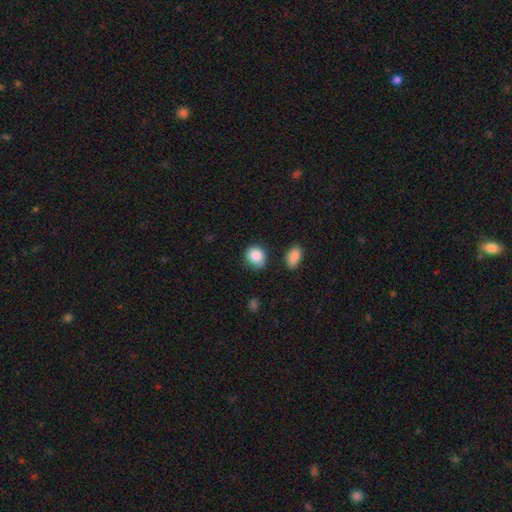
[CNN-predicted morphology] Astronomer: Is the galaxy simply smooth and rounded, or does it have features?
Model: smooth — 87%.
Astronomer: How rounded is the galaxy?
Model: round — 71%.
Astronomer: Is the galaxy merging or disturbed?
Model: none — 66%.